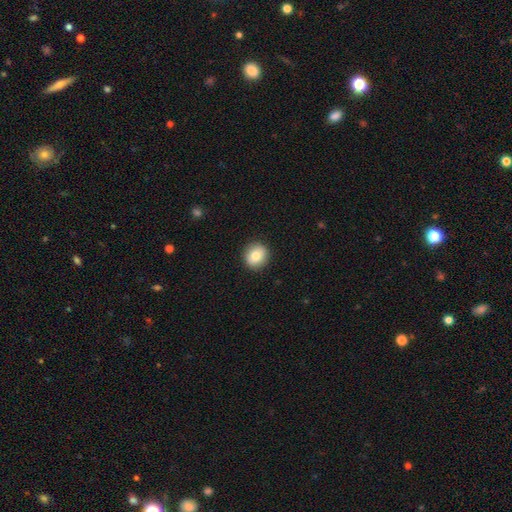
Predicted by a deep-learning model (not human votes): Smooth or featured? smooth (79%)
How rounded? round (85%)
Merging? none (91%)